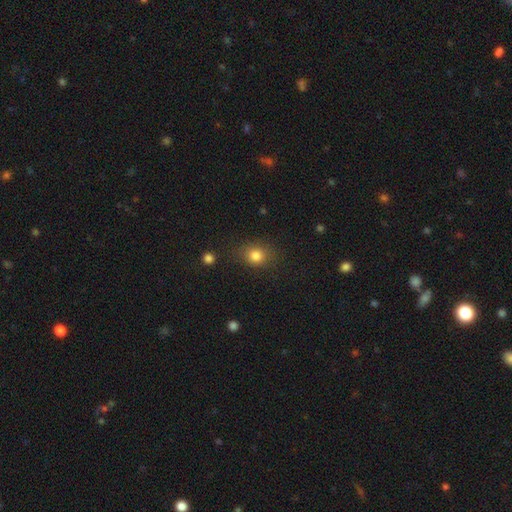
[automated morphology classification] Smooth or featured? smooth (81%)
How rounded? round (63%)
Merging? none (80%)